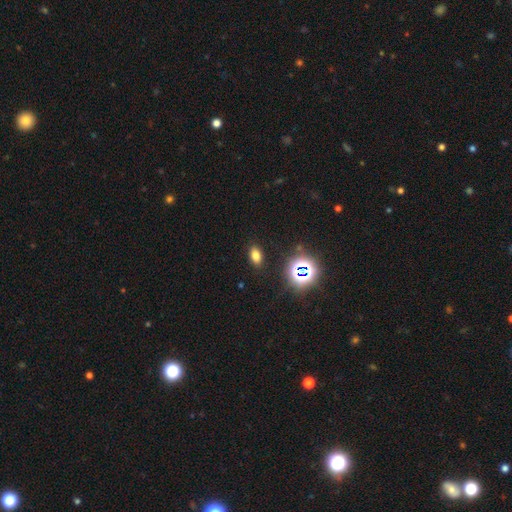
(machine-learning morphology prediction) The model was most divided on "smooth or featured": smooth: 71%, star or artifact: 22%, featured or disk: 7%. More confident: merging — none (88%); how rounded — in between (86%).